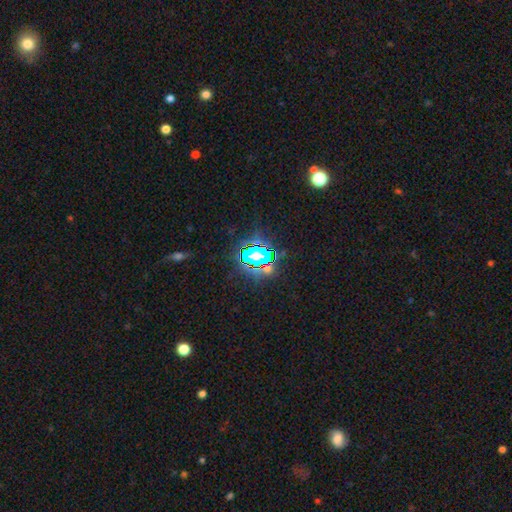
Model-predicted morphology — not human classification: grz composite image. It shows a star or artifact, not a galaxy (68%).